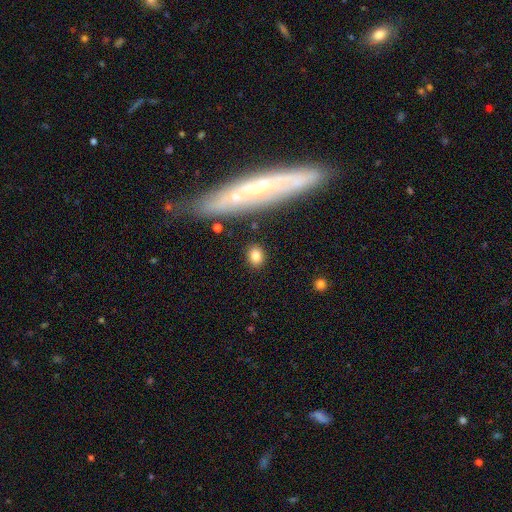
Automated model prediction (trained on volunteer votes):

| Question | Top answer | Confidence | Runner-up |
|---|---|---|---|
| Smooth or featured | smooth | 82% | star or artifact (9%) |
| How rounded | in between | 57% | round (41%) |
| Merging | none | 86% | minor disturbance (9%) |